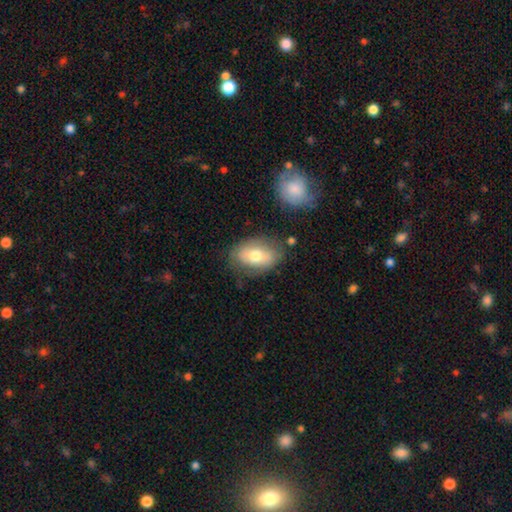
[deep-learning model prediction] Overall: smooth (63%; featured or disk 30%). How rounded: in between (85%). Merging: none (70%).